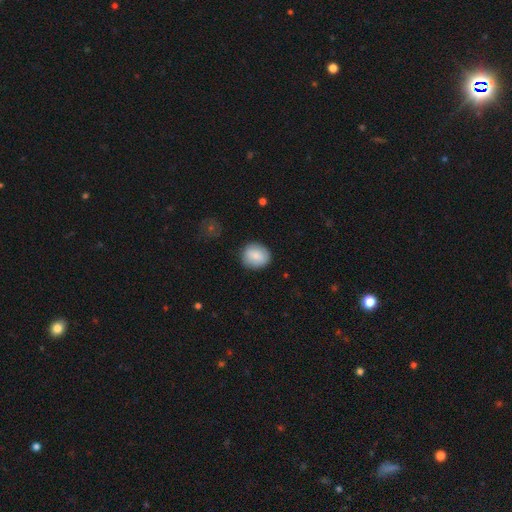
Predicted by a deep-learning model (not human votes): Smooth or featured? smooth (84%)
How rounded? round (77%)
Merging? none (86%)